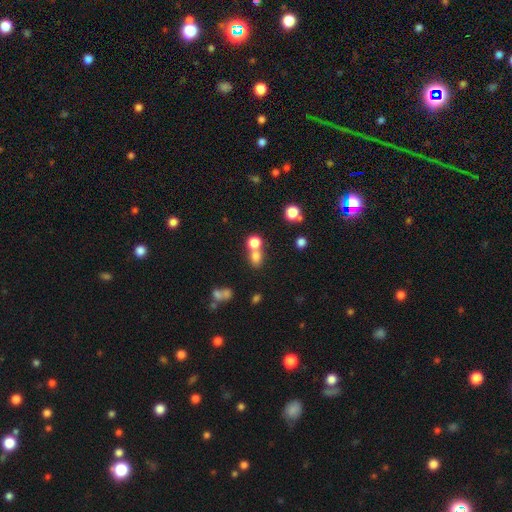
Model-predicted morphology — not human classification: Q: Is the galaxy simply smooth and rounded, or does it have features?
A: smooth — 73%.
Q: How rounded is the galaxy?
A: round — 63%.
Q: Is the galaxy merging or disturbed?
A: merger — 52%.